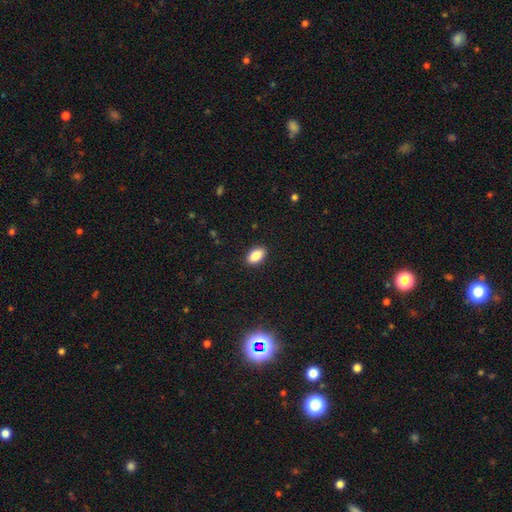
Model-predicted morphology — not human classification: type=smooth (86%); roundness=in between (92%); merging=none (90%).